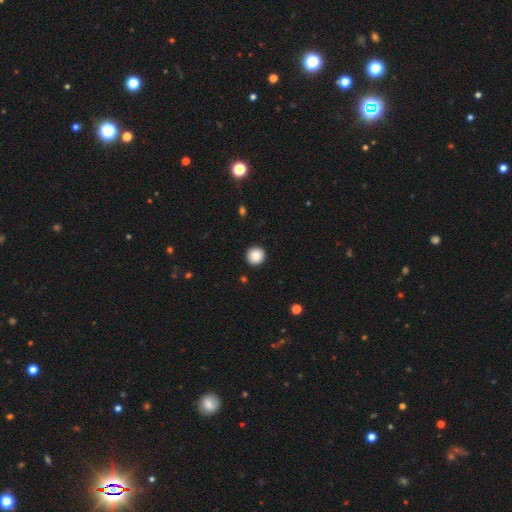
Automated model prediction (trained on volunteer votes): A smooth galaxy with no disk features (87%) that is round (96%).

Vote fractions:
- Smooth or featured? smooth: 87% / star or artifact: 9% / featured or disk: 4%
- How rounded? round: 96% / in between: 3% / cigar-shaped: 1%
- Merging? none: 93% / minor disturbance: 4% / major disturbance: 2% / merger: 1%